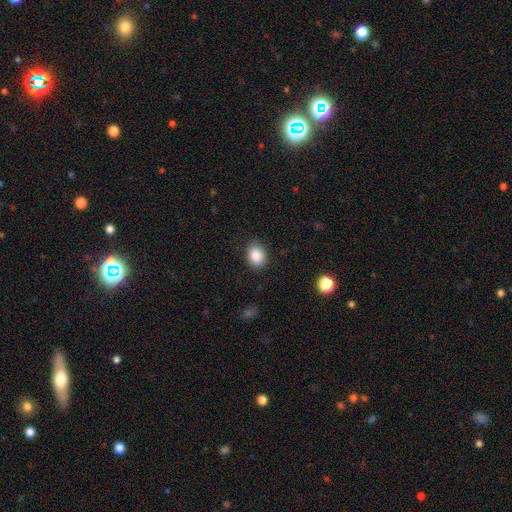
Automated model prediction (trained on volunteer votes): Smooth or featured? smooth (87%)
How rounded? in between (62%)
Merging? none (86%)